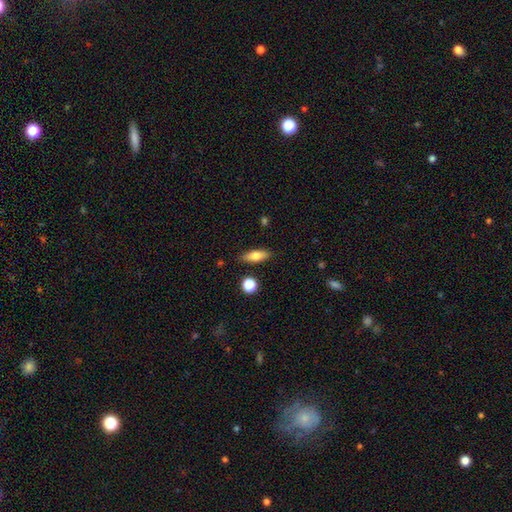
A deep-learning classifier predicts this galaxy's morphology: Smooth or featured?
  - smooth: 75% *
  - featured or disk: 17%
  - star or artifact: 8%
How rounded?
  - in between: 66% *
  - cigar-shaped: 30%
  - round: 4%
Merging?
  - none: 85% *
  - minor disturbance: 10%
  - merger: 3%
  - major disturbance: 2%